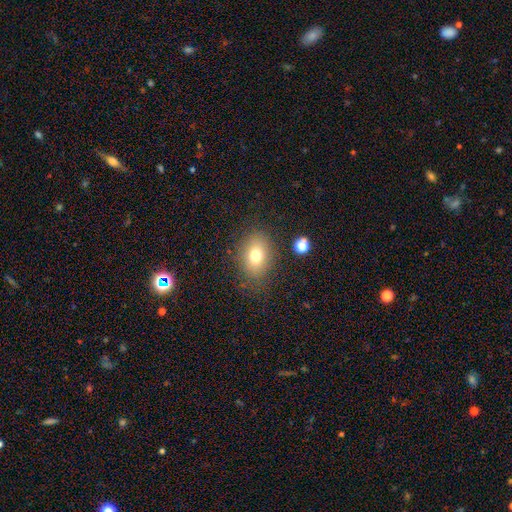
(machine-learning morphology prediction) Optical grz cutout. It shows a smooth galaxy with no disk features (75%) that is in between round and cigar-shaped (67%). Merging: none (81%).